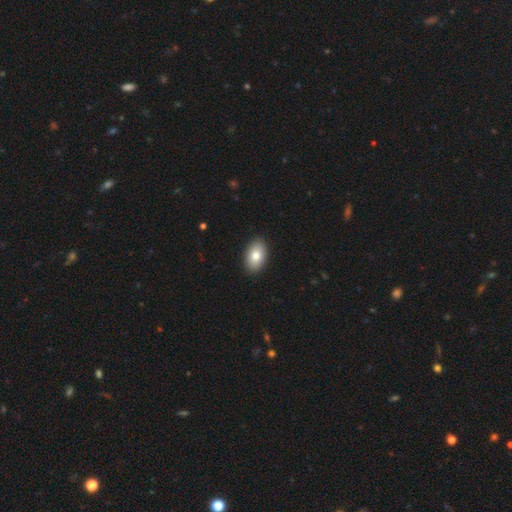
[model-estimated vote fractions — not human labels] smooth-or-featured: smooth: 80% | featured or disk: 13% | star or artifact: 7%
  how-rounded: in between: 92% | round: 7% | cigar-shaped: 1%
  merging: none: 90% | minor disturbance: 7% | major disturbance: 2% | merger: 1%